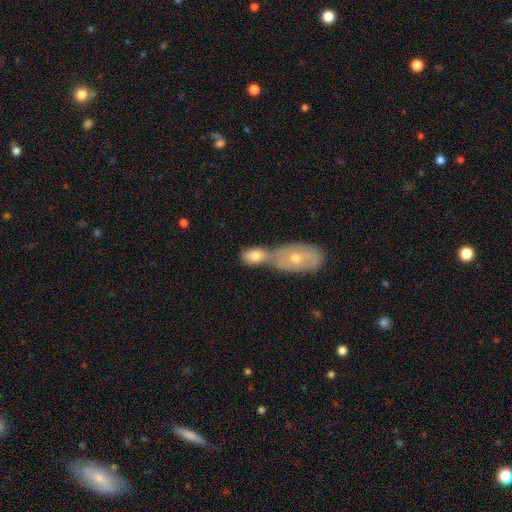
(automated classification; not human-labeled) Overall: smooth (70%). How rounded: in between (85%). Merging: merger (62%; none 26%).